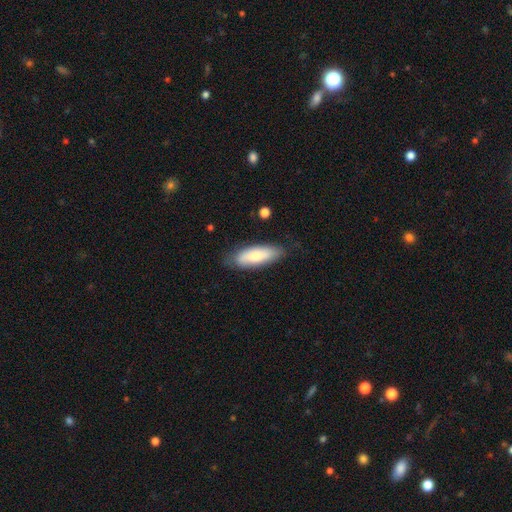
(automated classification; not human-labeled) Smooth or featured? smooth (73%)
How rounded? in between (68%)
Merging? none (77%)